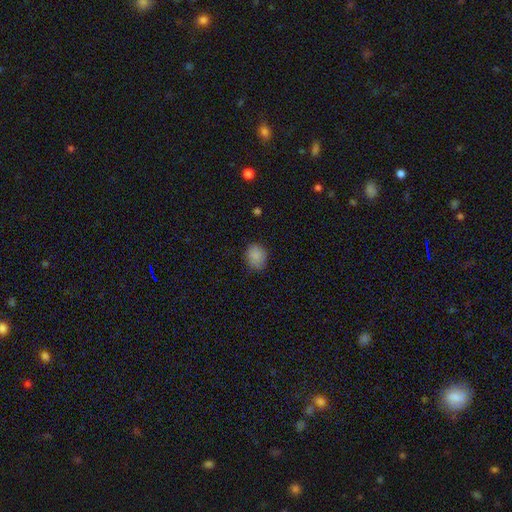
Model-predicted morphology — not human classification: Smooth or featured: smooth — 86% (star or artifact — 10%)
How rounded: round — 52% (in between — 47%)
Merging: none — 81% (minor disturbance — 15%)